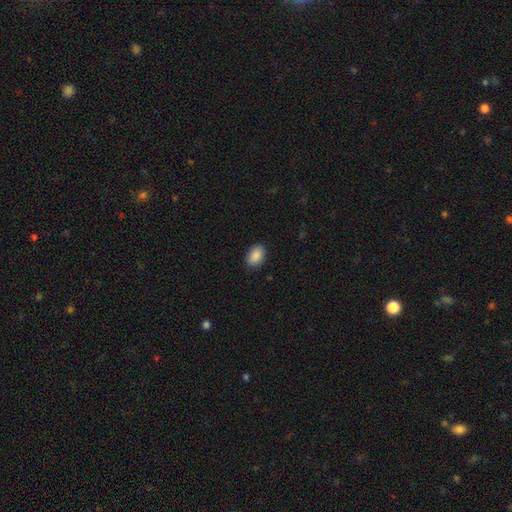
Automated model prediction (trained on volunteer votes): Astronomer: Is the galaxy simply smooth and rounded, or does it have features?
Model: smooth — 90%.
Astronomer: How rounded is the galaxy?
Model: in between — 85%.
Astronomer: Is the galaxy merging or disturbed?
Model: none — 89%.